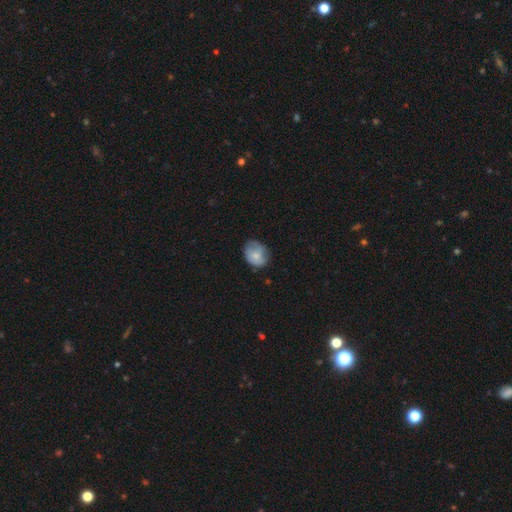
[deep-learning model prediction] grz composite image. It shows a smooth galaxy with no disk features (65%) that is in between round and cigar-shaped (51%). Merging: none (59%).